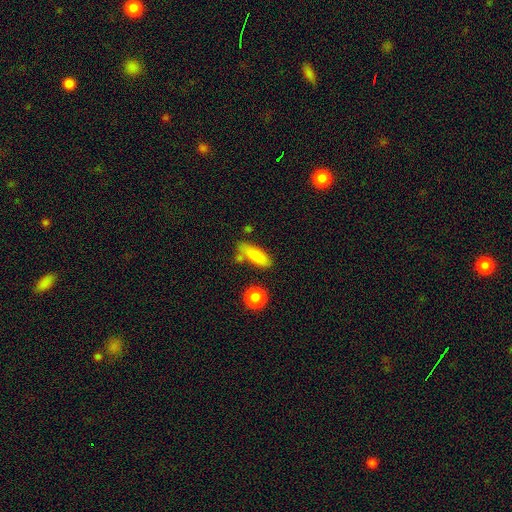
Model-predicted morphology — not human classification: smooth 83%, featured or disk 9%, star or artifact 8%. Down the decision tree: how rounded — in between (58%); merging — none (66%).